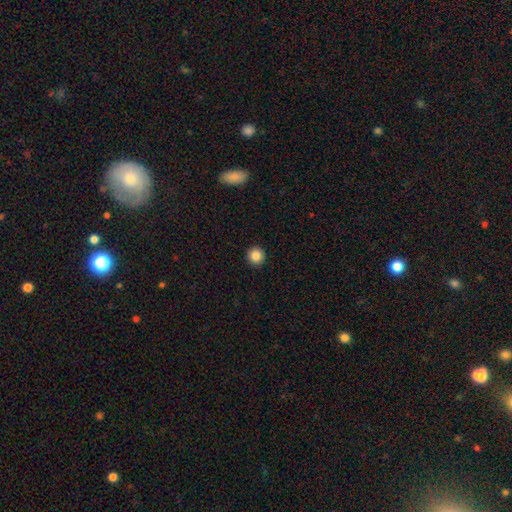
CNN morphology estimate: Overall: smooth (86%). How rounded: round (95%). Merging: none (93%).